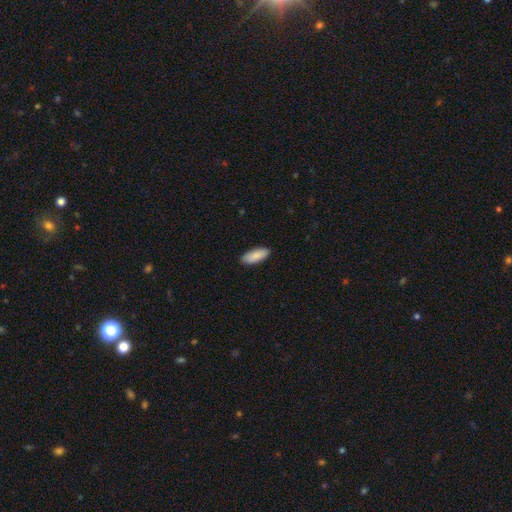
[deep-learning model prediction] Morphology: type=smooth (90%); roundness=in between (79%); merging=none (90%).